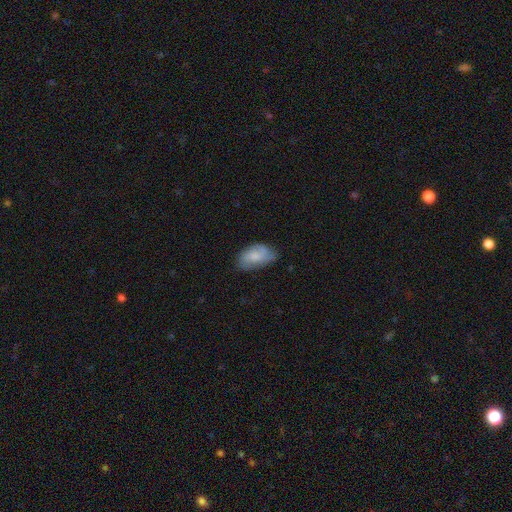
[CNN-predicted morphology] This appears to be a smooth galaxy with no disk features (68%) that is in between round and cigar-shaped (93%). Merging: none (60%).